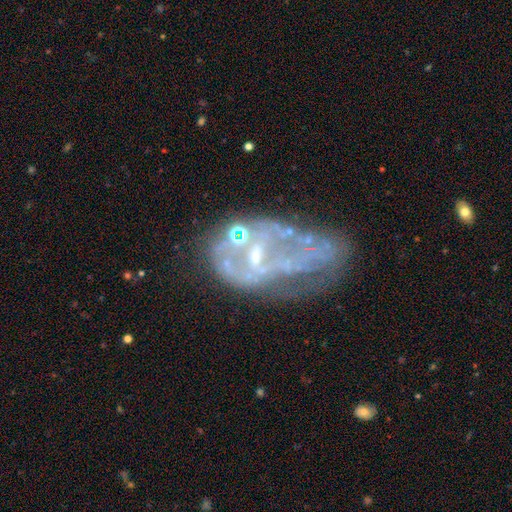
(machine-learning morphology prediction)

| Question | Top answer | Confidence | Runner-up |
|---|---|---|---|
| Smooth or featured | featured or disk | 69% | smooth (17%) |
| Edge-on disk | no | 96% | yes (4%) |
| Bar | no | 69% | weak (23%) |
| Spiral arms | no | 74% | yes (26%) |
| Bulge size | small | 39% | none (37%) |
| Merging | major disturbance | 36% | none (28%) |